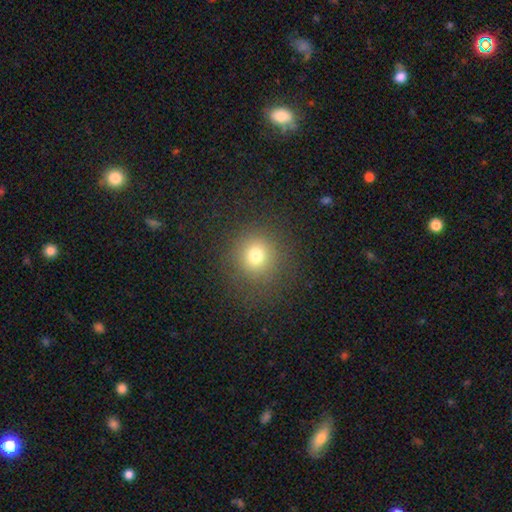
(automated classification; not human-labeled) smooth 74%, star or artifact 17%, featured or disk 9%. Down the decision tree: how rounded — round (91%); merging — none (87%).